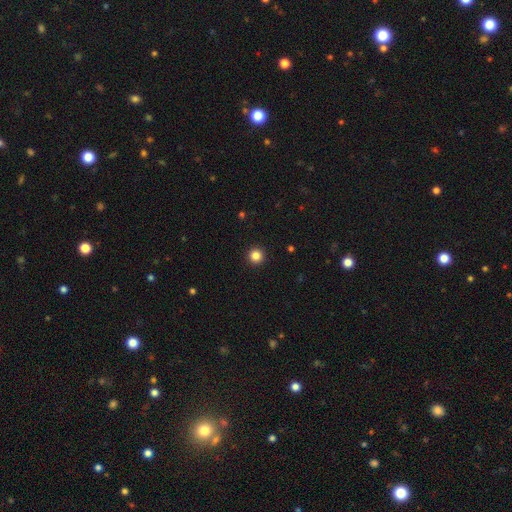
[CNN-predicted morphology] smooth_or_featured: smooth (p=0.85) [alt: star or artifact p=0.12]
how_rounded: round (p=0.96) [alt: in between p=0.03]
merging: none (p=0.94) [alt: minor disturbance p=0.04]